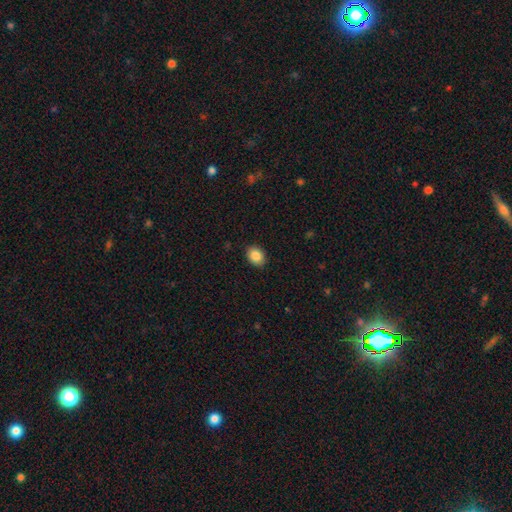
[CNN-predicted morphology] A smooth galaxy with no disk features (87%) that is in between round and cigar-shaped (66%).

Vote fractions:
- Smooth or featured? smooth: 87% / star or artifact: 8% / featured or disk: 5%
- How rounded? in between: 66% / round: 33% / cigar-shaped: 1%
- Merging? none: 89% / minor disturbance: 8% / major disturbance: 2% / merger: 1%